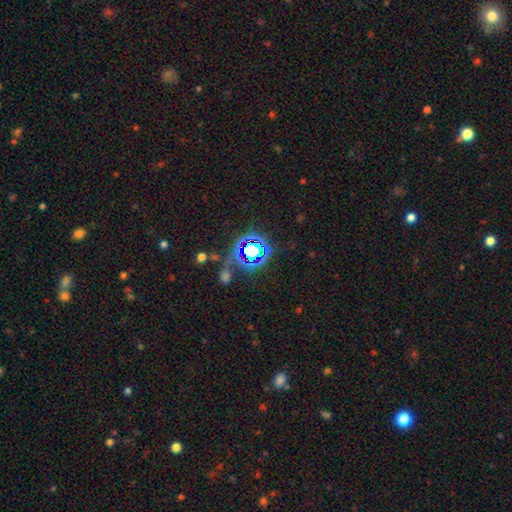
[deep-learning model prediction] Smooth or featured? star or artifact (76%)